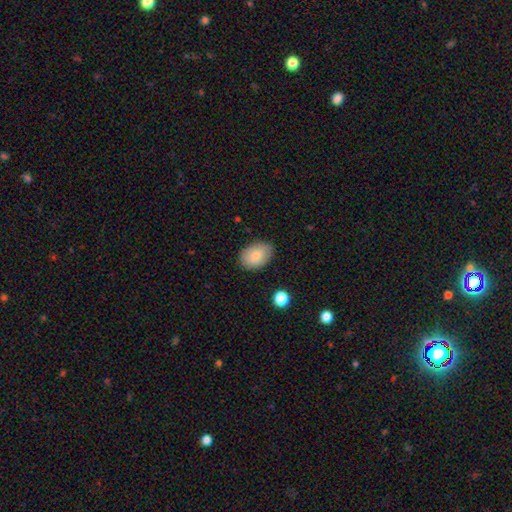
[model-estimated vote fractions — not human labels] Smooth or featured: smooth — 82% (featured or disk — 11%)
How rounded: in between — 86% (round — 13%)
Merging: none — 82% (minor disturbance — 14%)